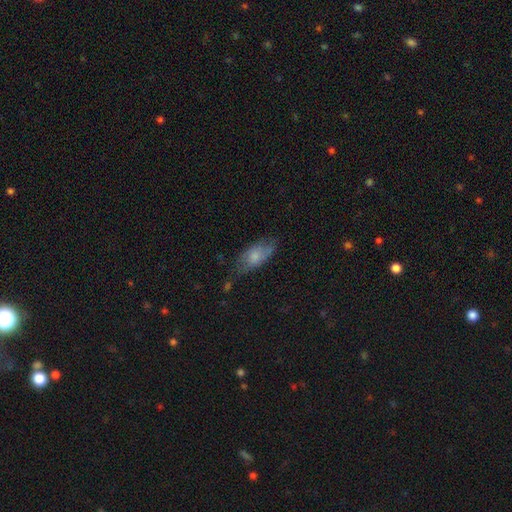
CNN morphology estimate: smooth 63%, featured or disk 29%, star or artifact 8%. Down the decision tree: how rounded — in between (86%); merging — none (58%).